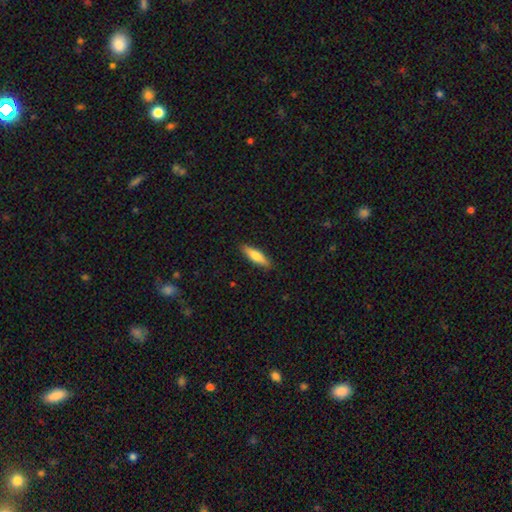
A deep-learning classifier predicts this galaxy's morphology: type=smooth (71%); roundness=cigar-shaped (67%); merging=none (89%).